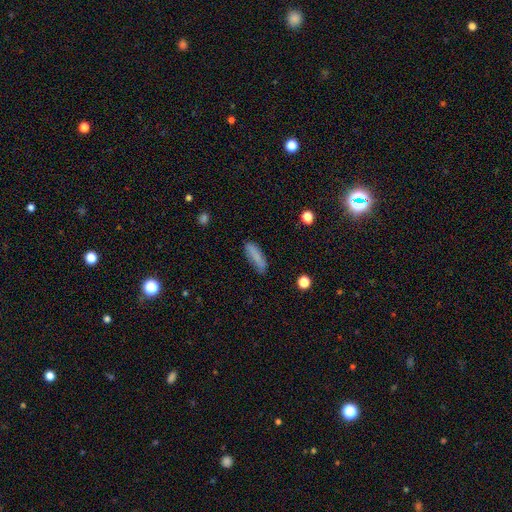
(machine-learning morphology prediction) Smooth or featured? Predicted: smooth (p=0.82). How rounded? Predicted: cigar-shaped (p=0.59). Merging? Predicted: none (p=0.75).